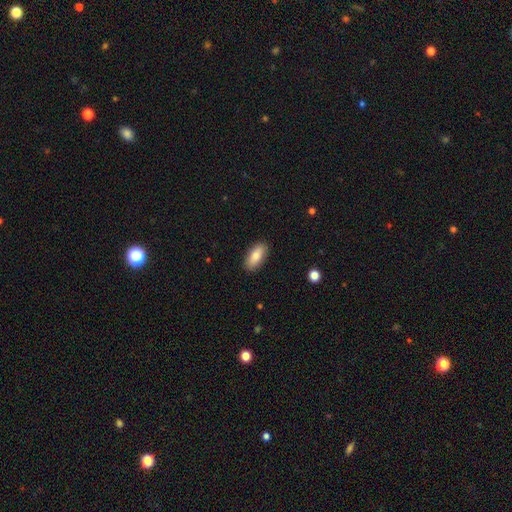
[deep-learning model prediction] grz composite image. It shows a smooth galaxy with no disk features (81%) that is in between round and cigar-shaped (87%). Merging: none (89%).